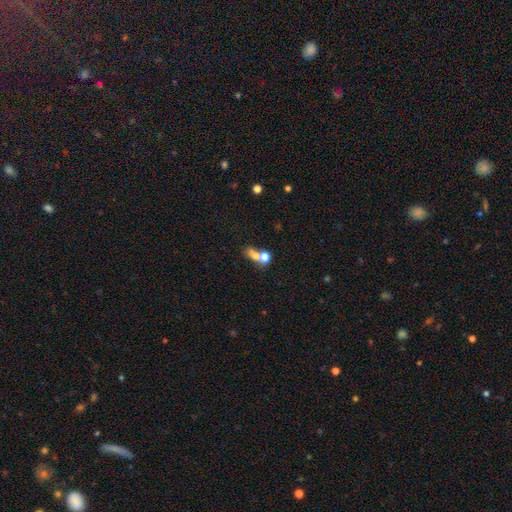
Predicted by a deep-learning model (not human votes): smooth 66%, featured or disk 19%, star or artifact 15%. Down the decision tree: how rounded — round (51%); merging — merger (59%).